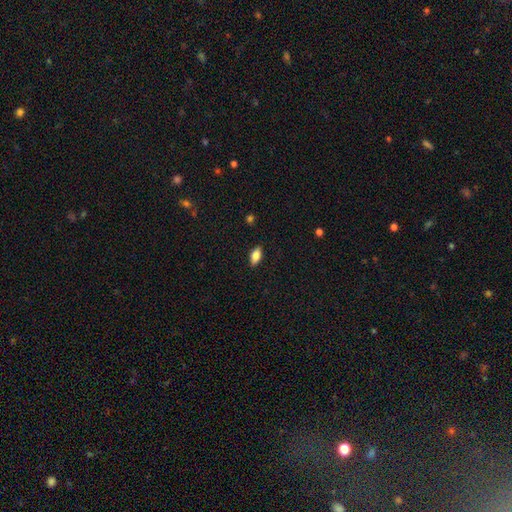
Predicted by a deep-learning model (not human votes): smooth_or_featured: smooth (p=0.80) [alt: featured or disk p=0.12]
how_rounded: in between (p=0.88) [alt: cigar-shaped p=0.08]
merging: none (p=0.87) [alt: minor disturbance p=0.10]